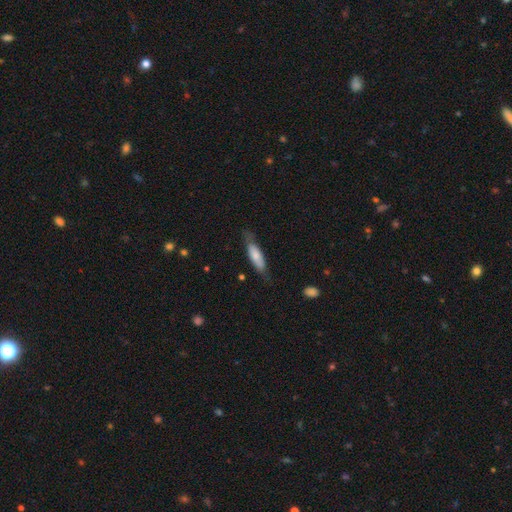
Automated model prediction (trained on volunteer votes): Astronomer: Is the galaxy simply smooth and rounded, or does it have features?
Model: smooth — 67%.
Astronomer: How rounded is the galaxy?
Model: cigar-shaped — 53% (runner-up: in between, 45%).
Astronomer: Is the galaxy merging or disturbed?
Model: none — 68%.